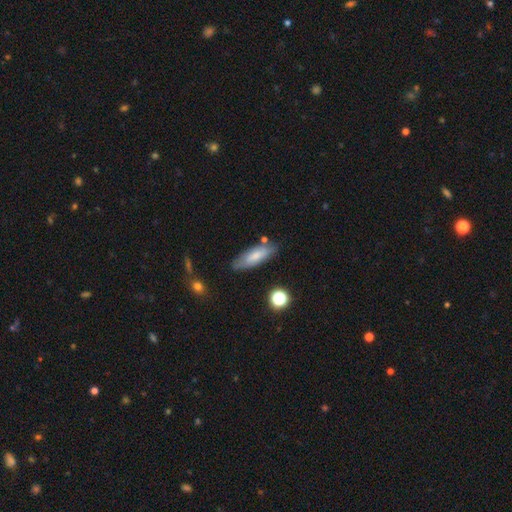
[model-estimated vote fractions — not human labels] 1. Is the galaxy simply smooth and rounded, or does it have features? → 69% smooth, 24% featured or disk, 7% star or artifact.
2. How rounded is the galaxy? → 62% in between, 36% cigar-shaped, 2% round.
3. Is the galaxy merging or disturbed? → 74% none, 17% minor disturbance, 4% merger, 4% major disturbance.